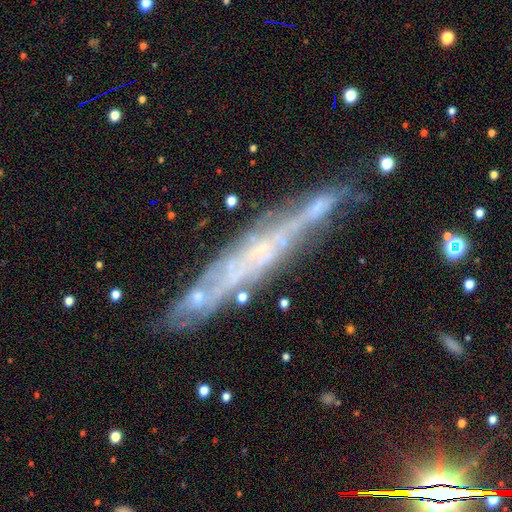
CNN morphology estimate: A featured or disk galaxy (70%) viewed edge-on (82%) with no central bulge (70%).

Vote fractions:
- Smooth or featured? featured or disk: 70% / smooth: 18% / star or artifact: 13%
- Edge-on disk? yes: 82% / no: 18%
- Edge-on bulge? none: 70% / rounded: 21% / boxy: 8%
- Merging? none: 77% / minor disturbance: 16% / major disturbance: 4% / merger: 3%